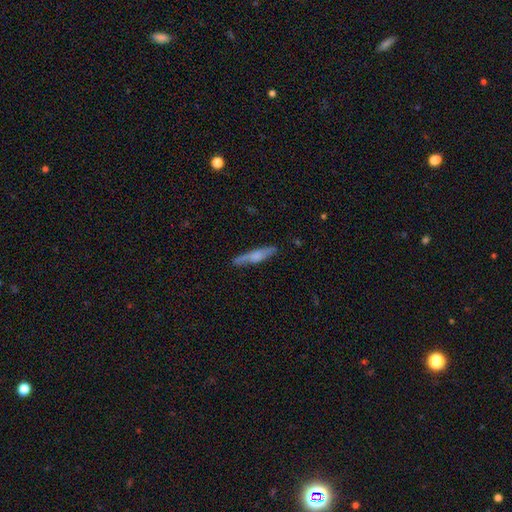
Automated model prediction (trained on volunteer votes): smooth-or-featured: smooth: 49% | featured or disk: 44% | star or artifact: 7%
  merging: none: 81% | minor disturbance: 14% | major disturbance: 3% | merger: 2%